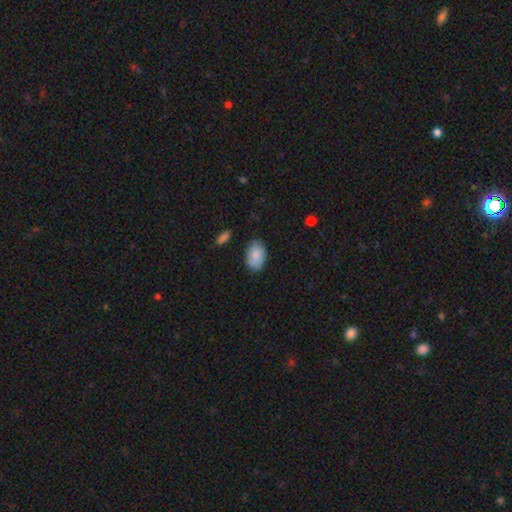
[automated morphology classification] smooth-or-featured: smooth: 86% | featured or disk: 8% | star or artifact: 6%
  how-rounded: in between: 89% | round: 10% | cigar-shaped: 1%
  merging: none: 76% | minor disturbance: 18% | major disturbance: 4% | merger: 2%